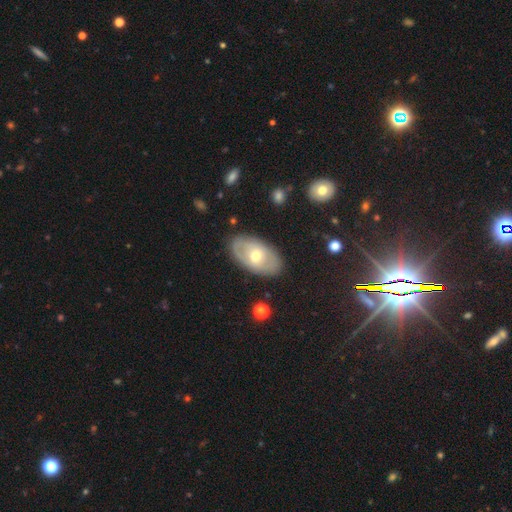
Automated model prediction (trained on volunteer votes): A featured or disk galaxy (56%) with no bar (72%), no spiral arms (63%) and a moderate central bulge (71%). Merging: none (82%).